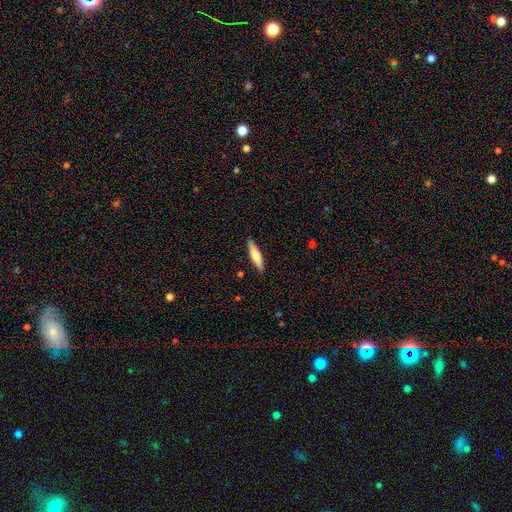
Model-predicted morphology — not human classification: Smooth or featured?
  - smooth: 52% *
  - featured or disk: 43%
  - star or artifact: 6%
How rounded?
  - cigar-shaped: 83% *
  - in between: 16%
  - round: 2%
Merging?
  - none: 90% *
  - minor disturbance: 7%
  - major disturbance: 1%
  - merger: 1%